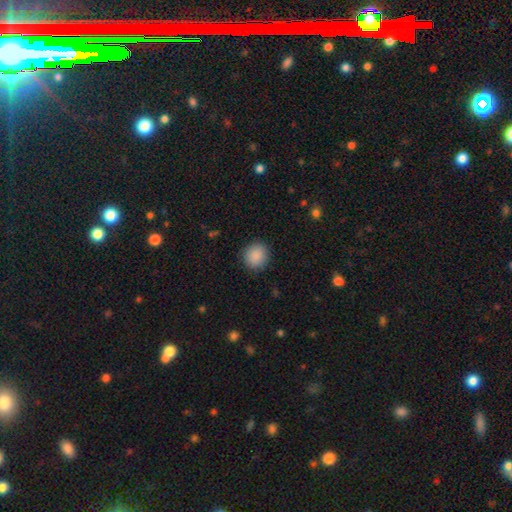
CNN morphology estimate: This appears to be a smooth galaxy with no disk features (89%) that is round (87%). Merging: none (90%).